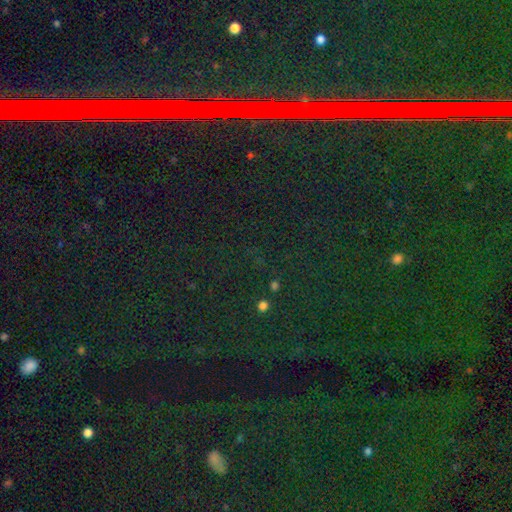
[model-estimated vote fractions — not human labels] Smooth or featured? Predicted: star or artifact (p=0.79).